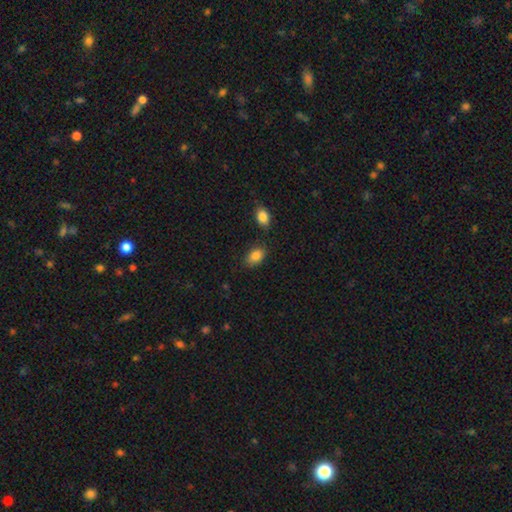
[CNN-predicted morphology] Smooth or featured: smooth — 86% (star or artifact — 8%)
How rounded: in between — 87% (round — 11%)
Merging: none — 78% (minor disturbance — 14%)